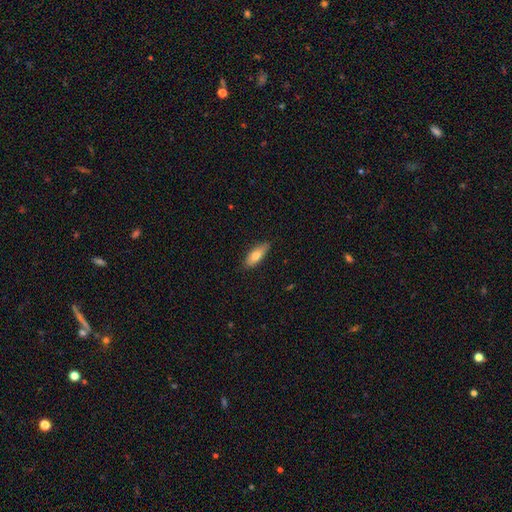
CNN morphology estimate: Smooth or featured? smooth (75%)
How rounded? in between (66%)
Merging? none (81%)